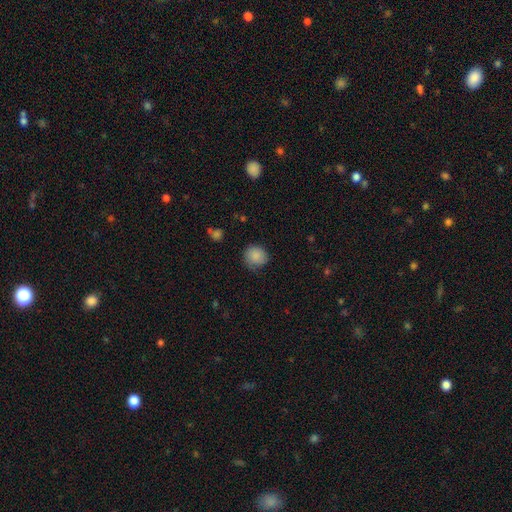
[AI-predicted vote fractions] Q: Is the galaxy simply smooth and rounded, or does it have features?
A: smooth — 87%.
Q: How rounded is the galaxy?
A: round — 87%.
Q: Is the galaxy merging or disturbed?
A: none — 72%.